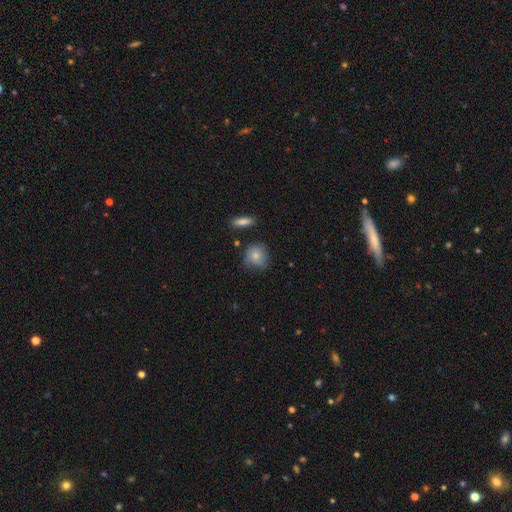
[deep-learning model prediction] A smooth galaxy with no disk features (79%) that is round (82%). Merging: none (67%).